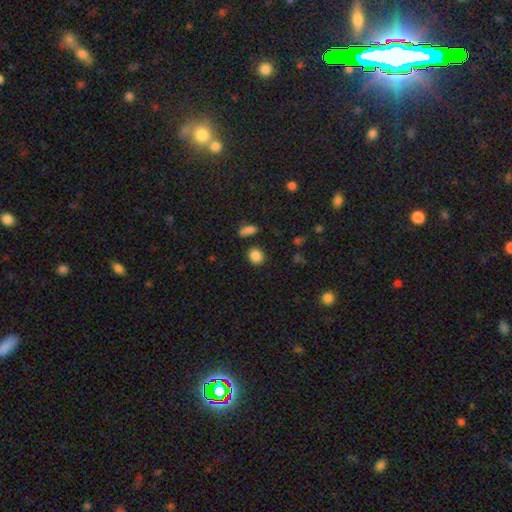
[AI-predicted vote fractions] This is clearly a smooth galaxy (86%). How rounded: likely round (74%). Merging: clearly none (83%).